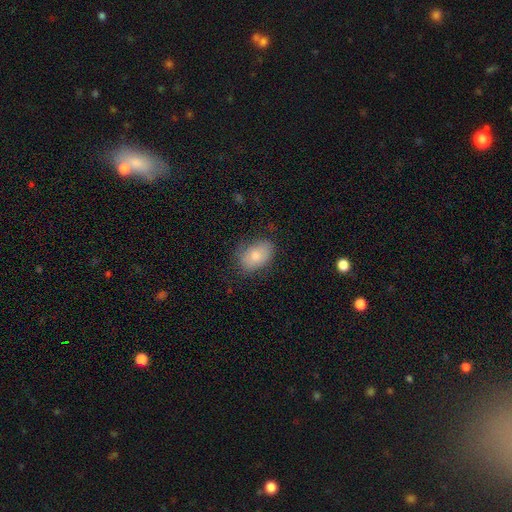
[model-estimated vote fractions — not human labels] A smooth galaxy with no disk features (77%) that is in between round and cigar-shaped (83%).

Vote fractions:
- Smooth or featured? smooth: 77% / featured or disk: 15% / star or artifact: 8%
- How rounded? in between: 83% / round: 16% / cigar-shaped: 1%
- Merging? none: 70% / minor disturbance: 22% / major disturbance: 7% / merger: 1%